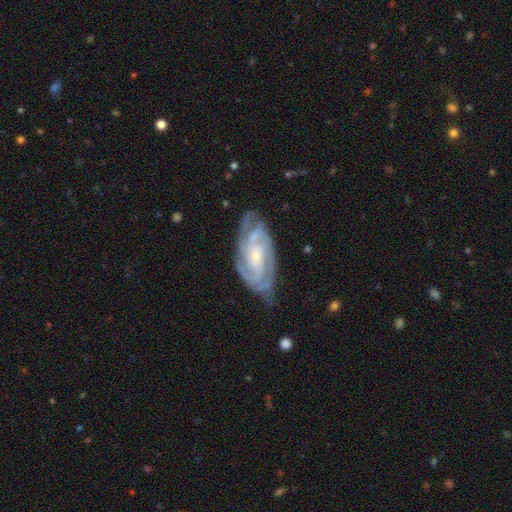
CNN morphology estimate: type=featured or disk (89%); edge-on=no (95%); bar=no (57%); spiral arms=yes (98%); winding=tight (64%); arm count=3 (34%); bulge=small (66%); merging=none (74%).